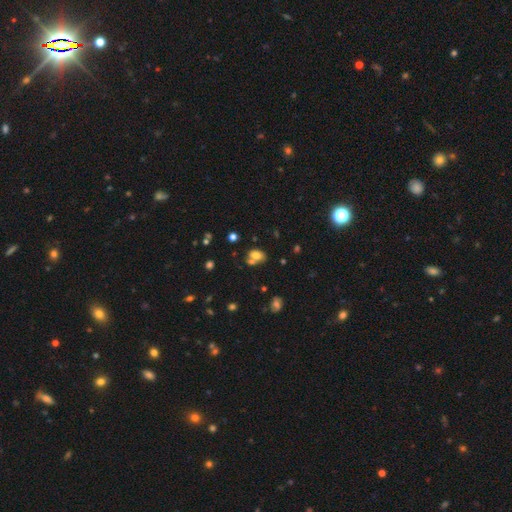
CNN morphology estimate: This is likely a smooth galaxy (72%). How rounded: likely in between (76%). Merging: marginally none (43%).